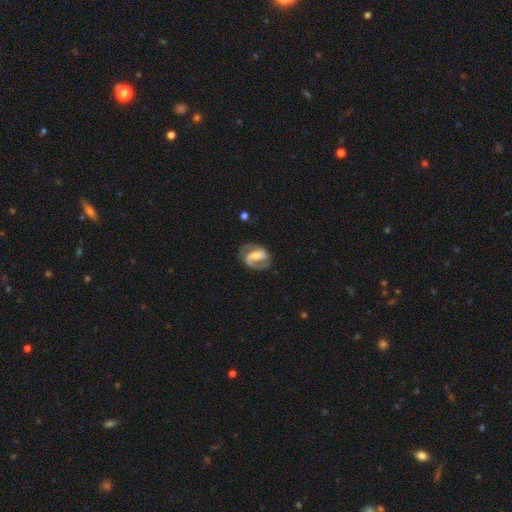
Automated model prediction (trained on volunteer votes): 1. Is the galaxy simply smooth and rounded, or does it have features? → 80% featured or disk, 14% smooth, 5% star or artifact.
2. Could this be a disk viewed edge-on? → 97% no, 3% yes.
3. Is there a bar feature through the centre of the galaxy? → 41% strong, 39% weak, 20% no.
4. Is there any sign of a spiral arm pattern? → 93% yes, 7% no.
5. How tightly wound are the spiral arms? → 50% medium, 31% tight, 19% loose.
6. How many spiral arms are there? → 74% 2, 17% 1, 5% can't tell, 1% 3, 1% 4, 1% more than 4.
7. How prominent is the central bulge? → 44% moderate, 31% small, 14% large, 9% none, 2% dominant.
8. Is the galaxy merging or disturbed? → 67% none, 19% minor disturbance, 13% major disturbance, 2% merger.